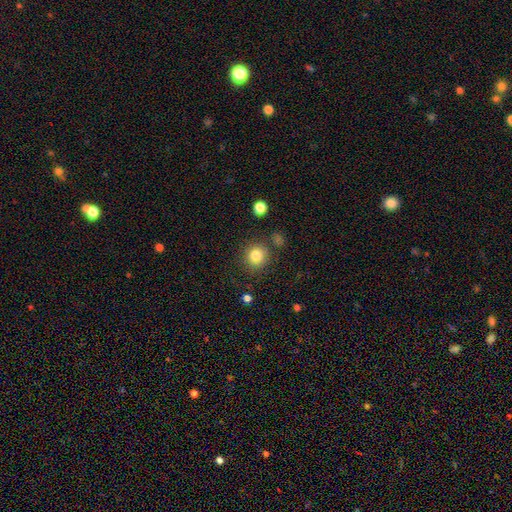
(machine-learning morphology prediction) This is clearly a smooth galaxy (81%). How rounded: clearly round (88%). Merging: clearly none (83%).